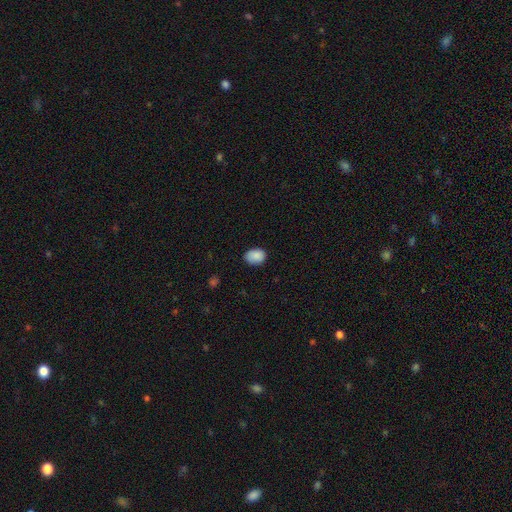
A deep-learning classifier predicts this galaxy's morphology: smooth-or-featured: smooth: 88% | star or artifact: 8% | featured or disk: 4%
  how-rounded: in between: 64% | round: 35% | cigar-shaped: 1%
  merging: none: 75% | minor disturbance: 20% | major disturbance: 3% | merger: 1%